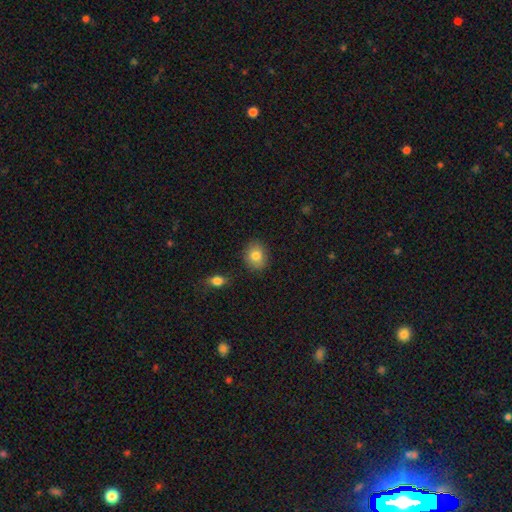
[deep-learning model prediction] smooth 82%, featured or disk 9%, star or artifact 9%. Down the decision tree: how rounded — round (57%); merging — none (86%).